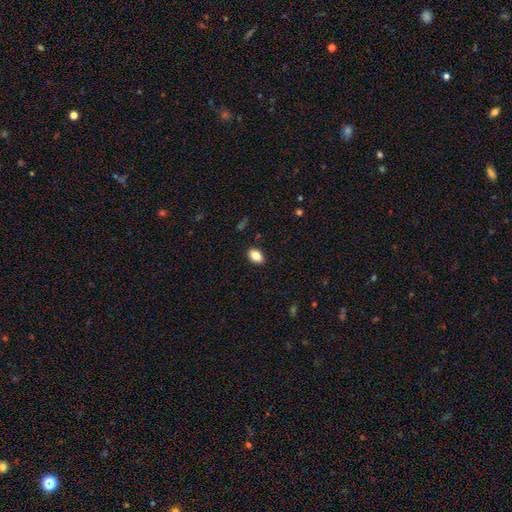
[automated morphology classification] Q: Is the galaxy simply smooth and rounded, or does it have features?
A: smooth — 85%.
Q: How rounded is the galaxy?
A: in between — 86%.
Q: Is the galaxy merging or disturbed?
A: none — 89%.